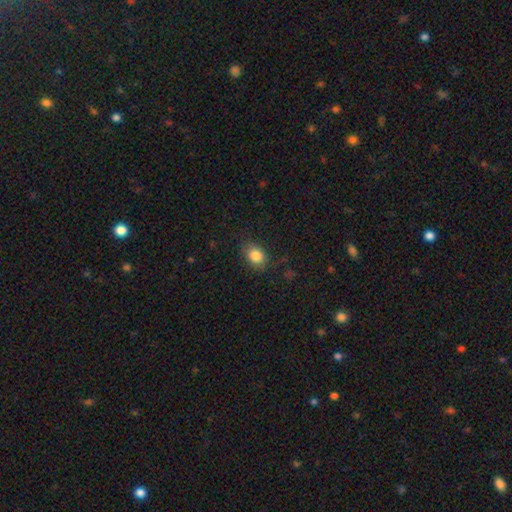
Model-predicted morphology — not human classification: Smooth or featured?
  - smooth: 84% *
  - star or artifact: 9%
  - featured or disk: 7%
How rounded?
  - in between: 69% *
  - round: 30%
  - cigar-shaped: 1%
Merging?
  - none: 77% *
  - minor disturbance: 17%
  - major disturbance: 5%
  - merger: 1%